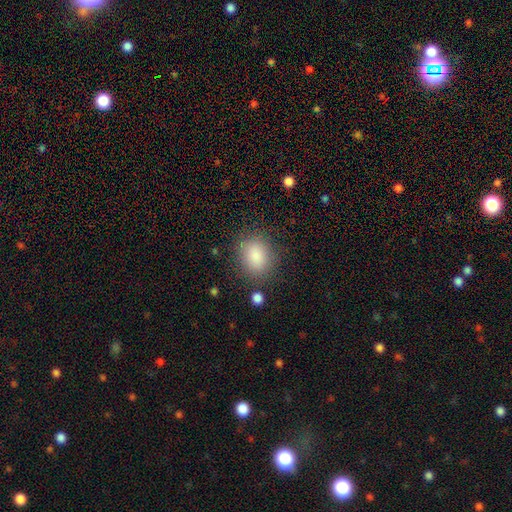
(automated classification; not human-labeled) smooth-or-featured: smooth: 85% | star or artifact: 9% | featured or disk: 6%
  how-rounded: round: 52% | in between: 47% | cigar-shaped: 1%
  merging: none: 79% | minor disturbance: 13% | major disturbance: 5% | merger: 3%